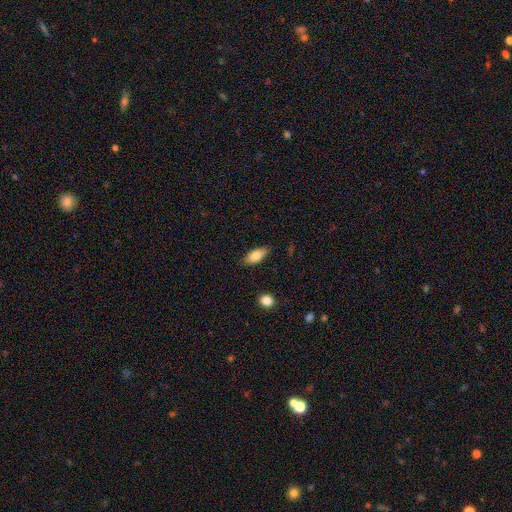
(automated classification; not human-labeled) Q: Smooth or featured?
A: smooth (80%); runner-up: featured or disk (13%)
Q: How rounded?
A: in between (84%); runner-up: cigar-shaped (13%)
Q: Merging?
A: none (86%); runner-up: minor disturbance (11%)